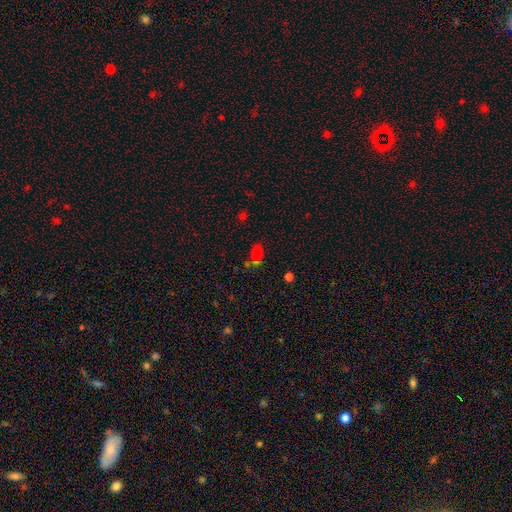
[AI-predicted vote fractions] This is likely a smooth galaxy (66%). How rounded: clearly in between (82%). Merging: possibly none (50%).